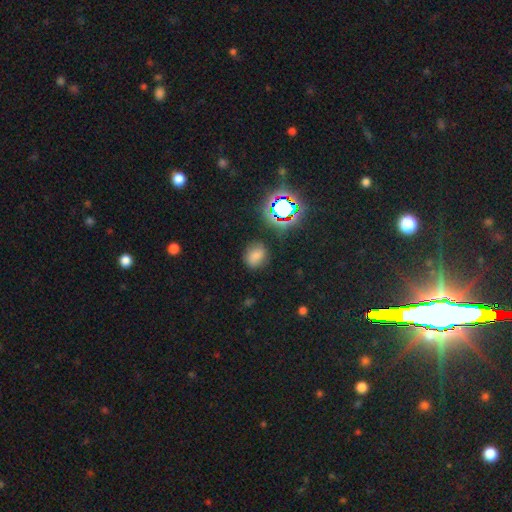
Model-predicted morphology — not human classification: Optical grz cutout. It shows a smooth galaxy with no disk features (69%) that is round (50%). Merging: none (79%).